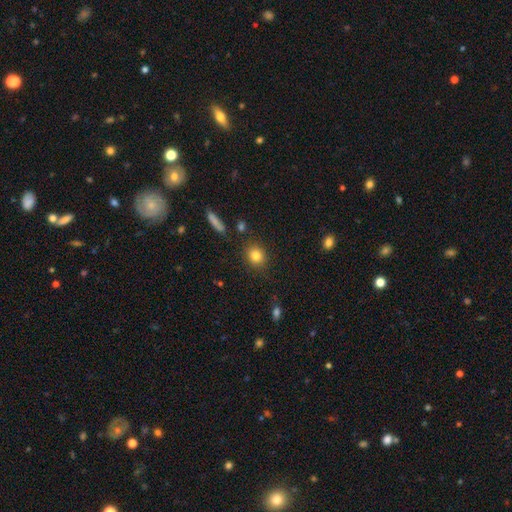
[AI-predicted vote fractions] Smooth or featured? smooth (84%)
How rounded? round (77%)
Merging? none (86%)